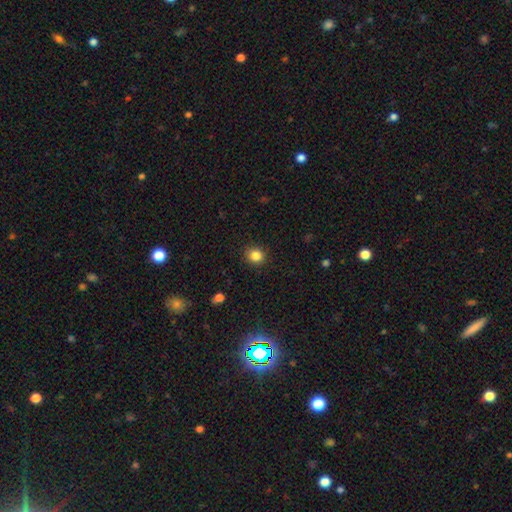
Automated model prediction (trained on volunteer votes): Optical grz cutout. It shows a smooth galaxy with no disk features (85%) that is round (83%). Merging: none (90%).